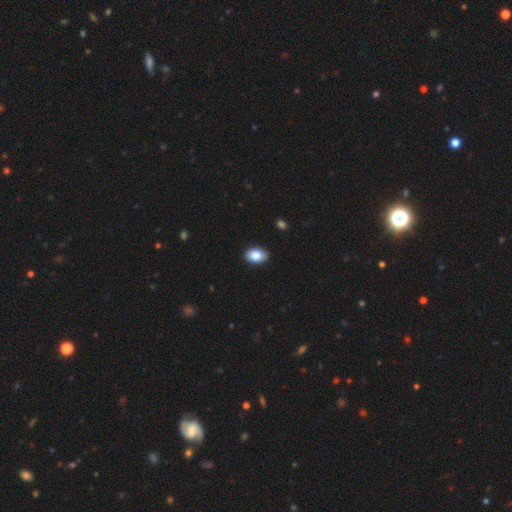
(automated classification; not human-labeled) smooth 85%, star or artifact 8%, featured or disk 7%. Down the decision tree: how rounded — in between (82%); merging — none (90%).